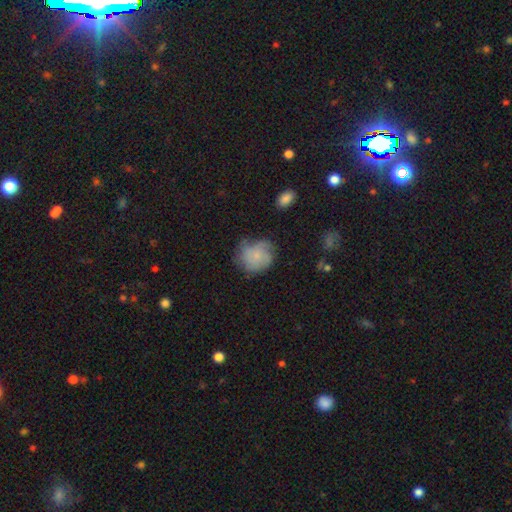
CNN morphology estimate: This is possibly a smooth galaxy (52%). How rounded: likely round (73%). Merging: possibly none (57%).